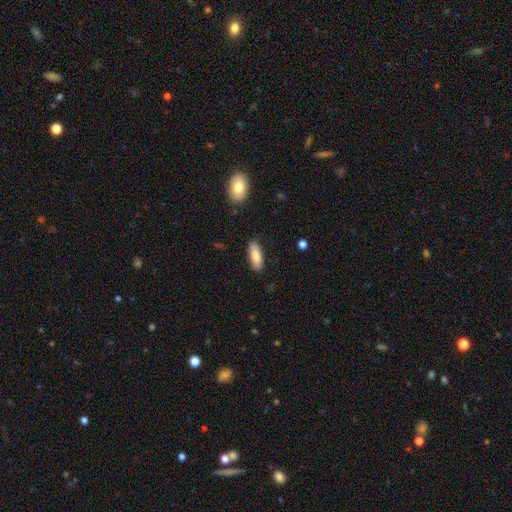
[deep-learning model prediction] smooth_or_featured: smooth (p=0.82) [alt: featured or disk p=0.12]
how_rounded: in between (p=0.74) [alt: cigar-shaped p=0.24]
merging: none (p=0.87) [alt: minor disturbance p=0.09]